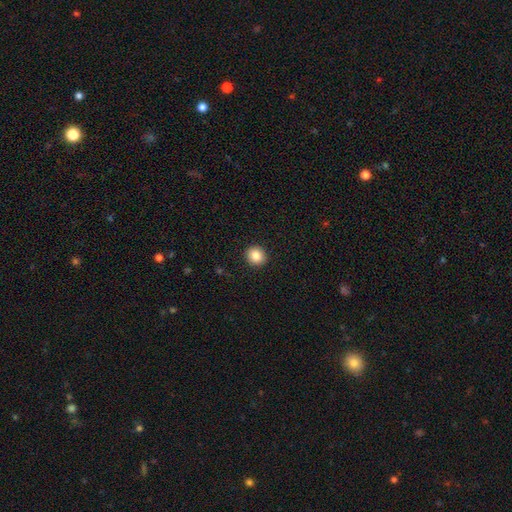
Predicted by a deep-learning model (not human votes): A smooth galaxy with no disk features (84%) that is round (89%).

Vote fractions:
- Smooth or featured? smooth: 84% / star or artifact: 10% / featured or disk: 6%
- How rounded? round: 89% / in between: 10% / cigar-shaped: 1%
- Merging? none: 92% / minor disturbance: 5% / major disturbance: 2% / merger: 1%